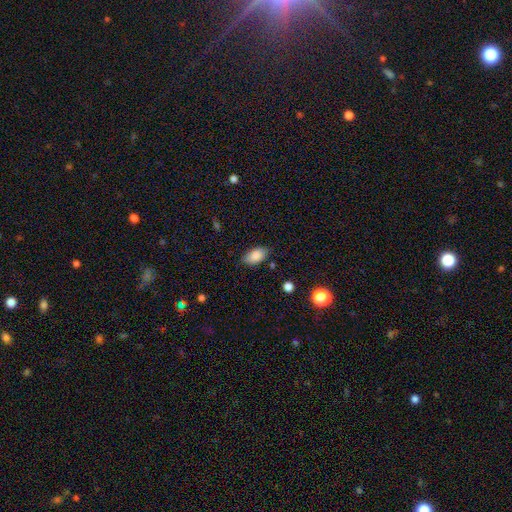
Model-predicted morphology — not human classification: type=smooth (87%); roundness=in between (92%); merging=none (80%).